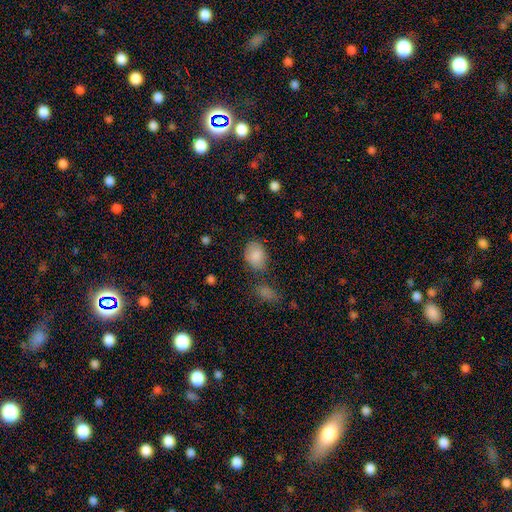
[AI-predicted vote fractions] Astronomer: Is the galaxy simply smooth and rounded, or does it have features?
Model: smooth — 85%.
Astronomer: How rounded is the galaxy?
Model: in between — 69%.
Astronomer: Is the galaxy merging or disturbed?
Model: none — 67%.